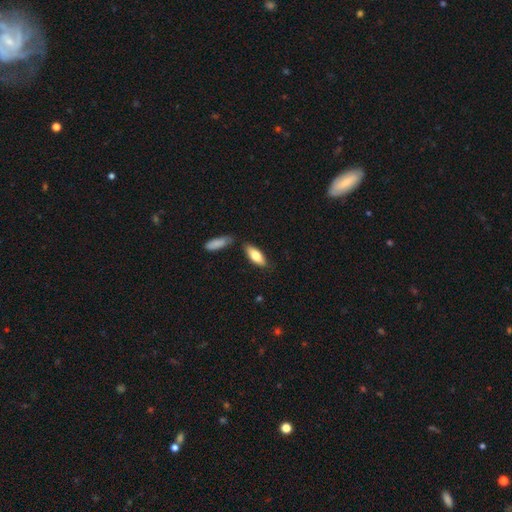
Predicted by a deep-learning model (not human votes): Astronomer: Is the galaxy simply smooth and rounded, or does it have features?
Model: smooth — 73%.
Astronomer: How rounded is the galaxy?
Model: in between — 69%.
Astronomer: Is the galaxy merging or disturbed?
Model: none — 76%.